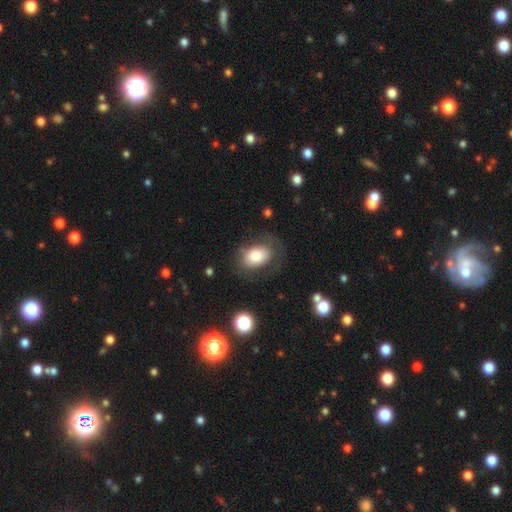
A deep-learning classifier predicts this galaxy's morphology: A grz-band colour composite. It shows a smooth galaxy with no disk features (73%) that is in between round and cigar-shaped (78%). Merging: none (62%).